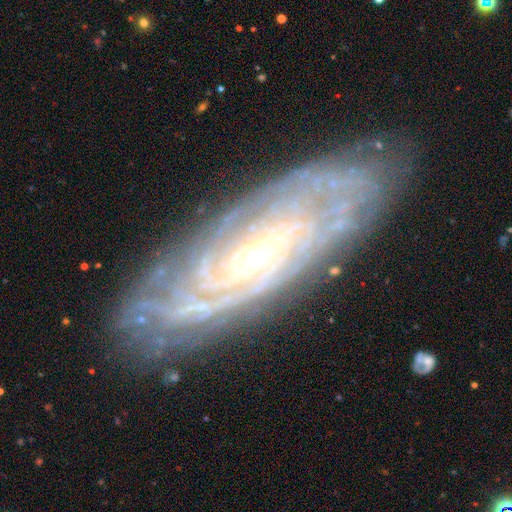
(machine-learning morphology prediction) This appears to be a featured or disk galaxy (88%) with no bar (47%), tight (80%) spiral arms (97%) and a small central bulge (64%). Merging: none (83%).